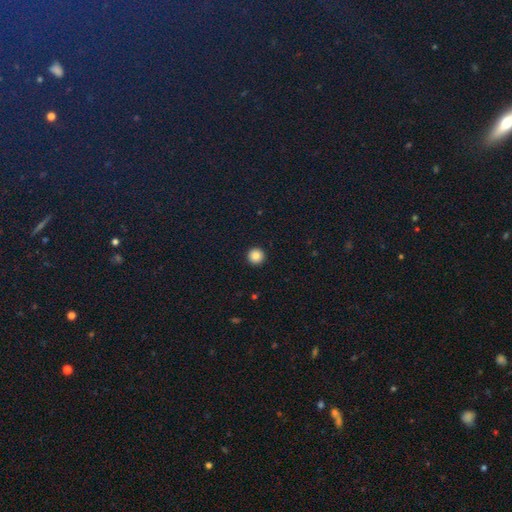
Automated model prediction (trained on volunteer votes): Smooth or featured?
  - smooth: 84% *
  - star or artifact: 11%
  - featured or disk: 5%
How rounded?
  - round: 96% *
  - in between: 3%
  - cigar-shaped: 1%
Merging?
  - none: 94% *
  - minor disturbance: 4%
  - major disturbance: 1%
  - merger: 1%